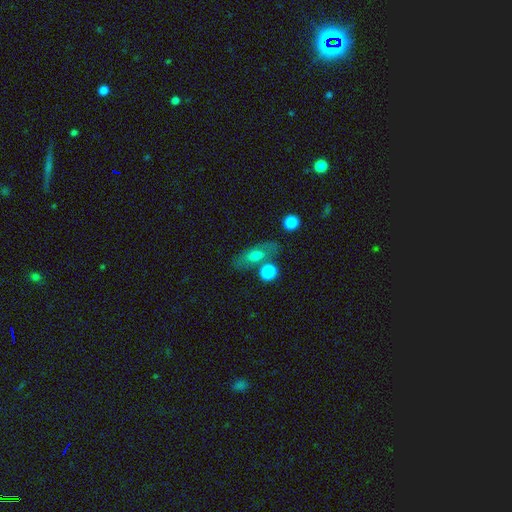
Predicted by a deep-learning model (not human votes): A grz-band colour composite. It shows a smooth galaxy with no disk features (65%) that is in between round and cigar-shaped (71%). Merging: none (59%).